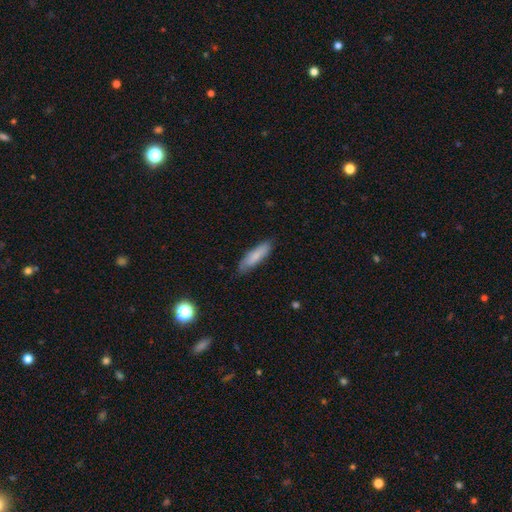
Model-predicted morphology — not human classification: Smooth or featured? smooth (80%)
How rounded? cigar-shaped (64%)
Merging? none (80%)